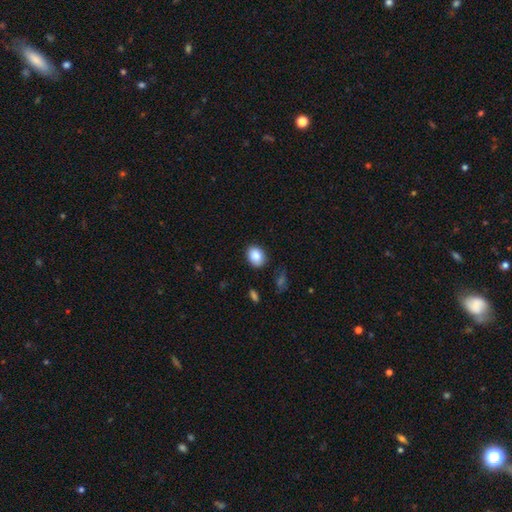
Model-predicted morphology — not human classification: This appears to be a smooth galaxy with no disk features (86%) that is in between round and cigar-shaped (63%). Merging: none (85%).